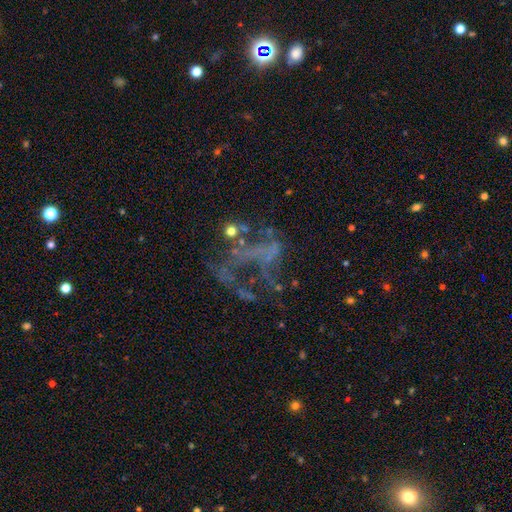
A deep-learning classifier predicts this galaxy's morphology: Overall: featured or disk (56%; star or artifact 31%). Edge-on disk: no (97%). Bar: no (85%). Spiral arms: no (79%). Bulge size: none (83%). Merging: major disturbance (46%; none 32%).